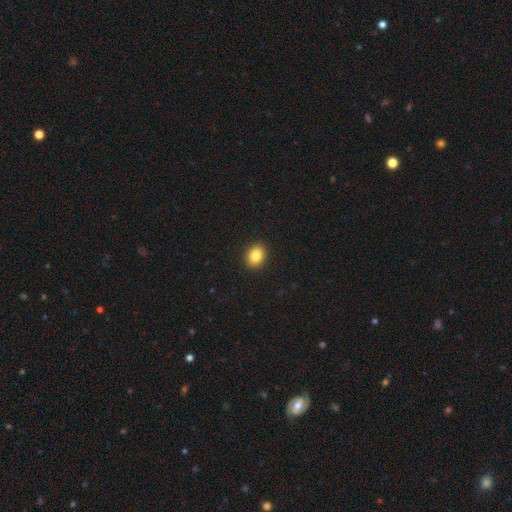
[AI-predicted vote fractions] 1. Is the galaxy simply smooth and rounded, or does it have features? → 85% smooth, 9% star or artifact, 6% featured or disk.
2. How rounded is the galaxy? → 55% in between, 45% round, 1% cigar-shaped.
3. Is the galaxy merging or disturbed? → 92% none, 6% minor disturbance, 2% major disturbance, 1% merger.